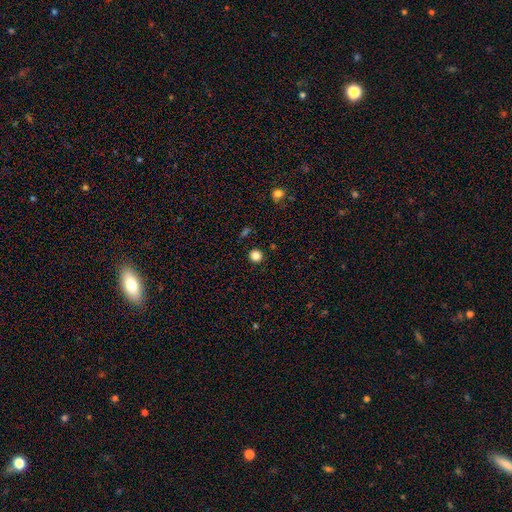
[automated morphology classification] type=smooth (84%); roundness=round (94%); merging=none (92%).